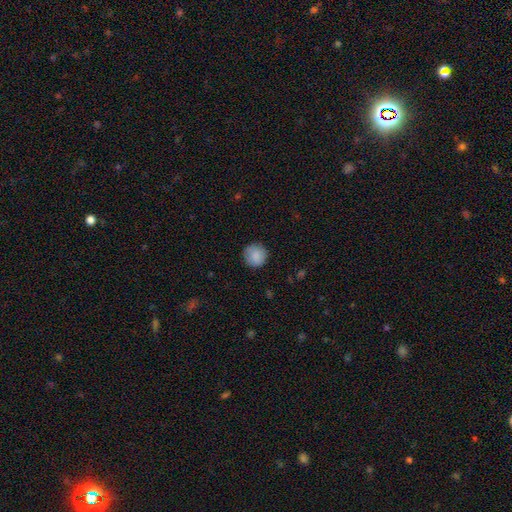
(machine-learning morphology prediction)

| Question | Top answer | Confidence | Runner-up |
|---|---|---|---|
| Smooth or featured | smooth | 88% | star or artifact (7%) |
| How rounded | round | 94% | in between (5%) |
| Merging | none | 88% | minor disturbance (9%) |